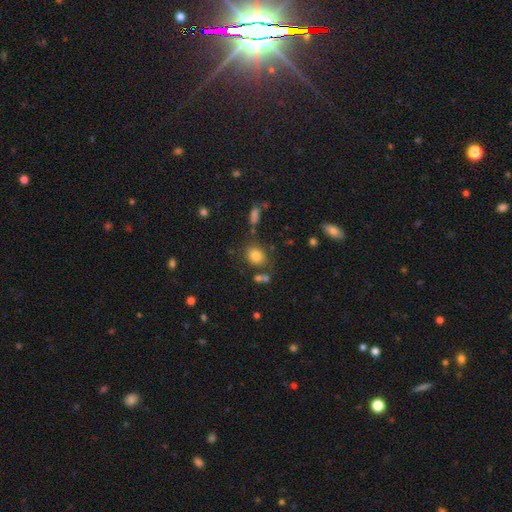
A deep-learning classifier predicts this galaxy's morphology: Smooth or featured? Predicted: smooth (p=0.81). How rounded? Predicted: round (p=0.56). Merging? Predicted: none (p=0.72).